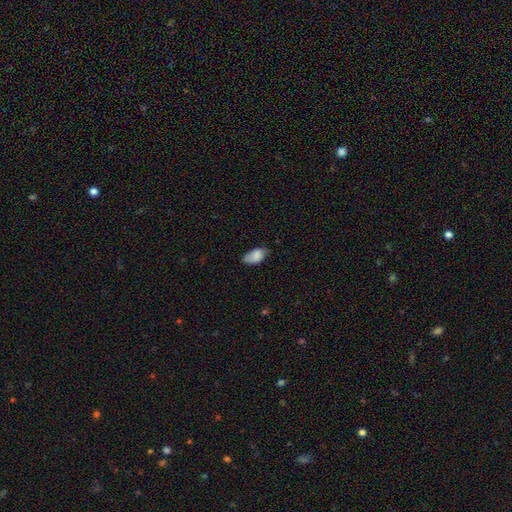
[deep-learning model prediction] Morphology: type=smooth (82%); roundness=in between (93%); merging=none (55%).